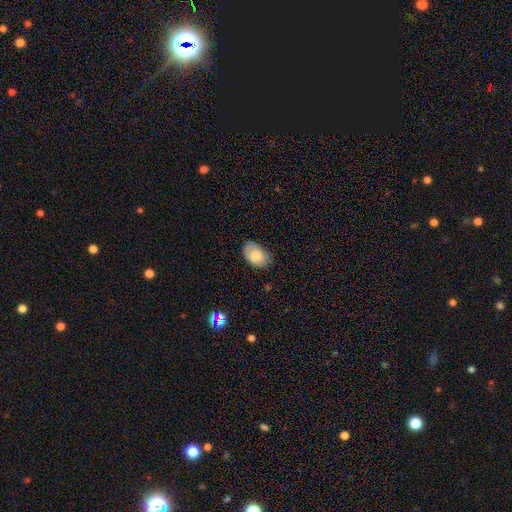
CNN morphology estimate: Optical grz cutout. It shows a smooth galaxy with no disk features (80%) that is in between round and cigar-shaped (90%). Merging: none (69%).